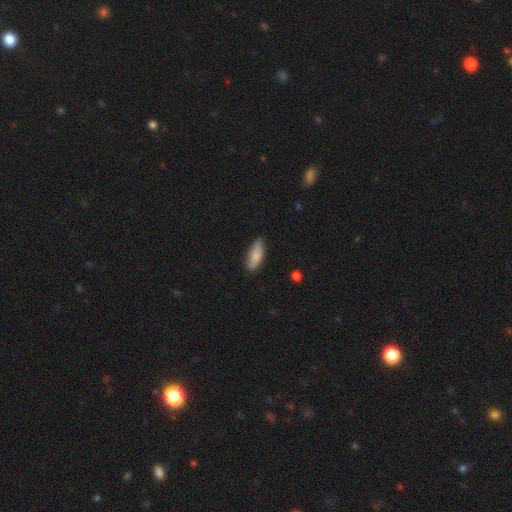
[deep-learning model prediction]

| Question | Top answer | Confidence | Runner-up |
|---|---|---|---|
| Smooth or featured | smooth | 79% | featured or disk (15%) |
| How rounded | in between | 70% | cigar-shaped (28%) |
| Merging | none | 73% | minor disturbance (22%) |